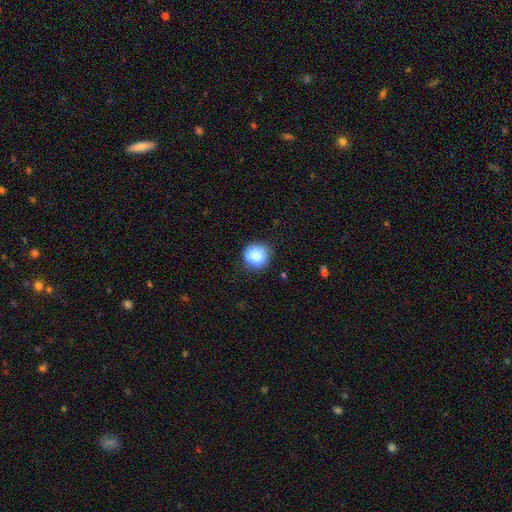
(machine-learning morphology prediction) smooth 85%, star or artifact 9%, featured or disk 7%. Down the decision tree: how rounded — round (90%); merging — none (78%).